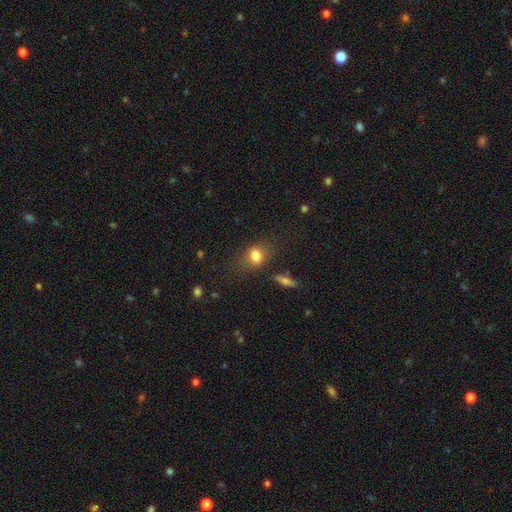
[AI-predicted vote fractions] smooth 77%, star or artifact 12%, featured or disk 11%. Down the decision tree: how rounded — in between (62%); merging — none (66%).